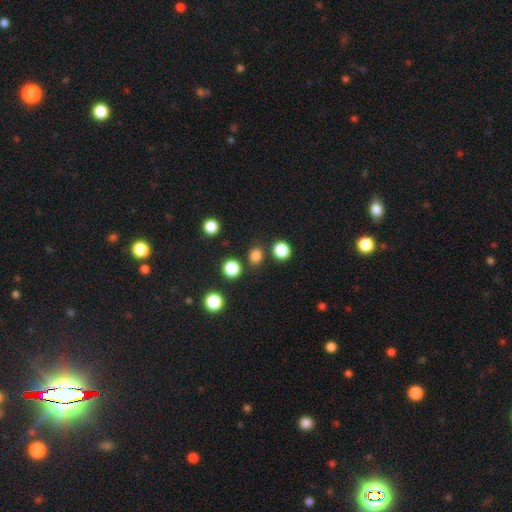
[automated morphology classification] smooth_or_featured: smooth (p=0.81) [alt: star or artifact p=0.15]
how_rounded: round (p=0.70) [alt: in between p=0.29]
merging: none (p=0.82) [alt: minor disturbance p=0.08]